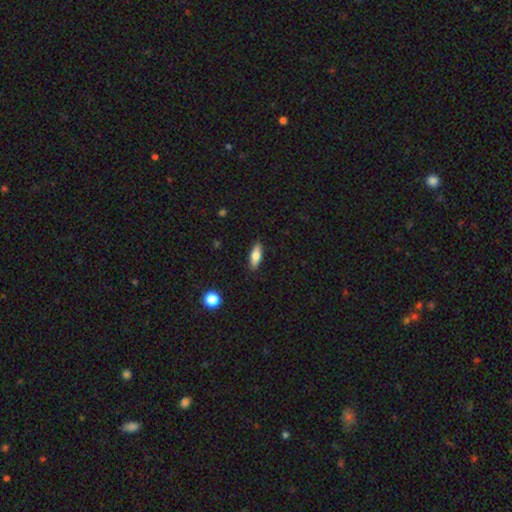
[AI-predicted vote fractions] Smooth or featured: smooth — 74% (featured or disk — 19%)
How rounded: in between — 62% (cigar-shaped — 36%)
Merging: none — 87% (minor disturbance — 9%)